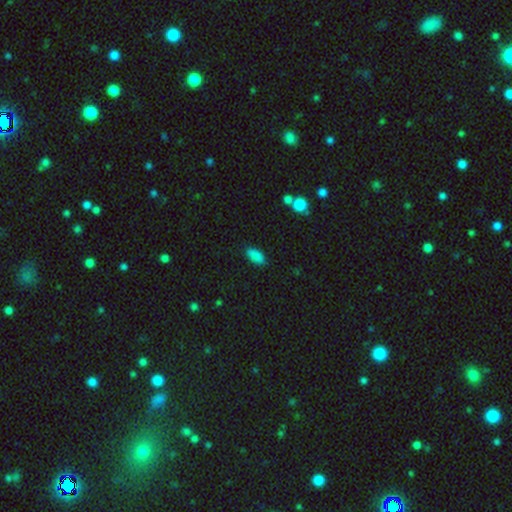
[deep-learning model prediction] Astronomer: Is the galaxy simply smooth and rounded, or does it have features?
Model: smooth — 85%.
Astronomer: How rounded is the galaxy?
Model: in between — 88%.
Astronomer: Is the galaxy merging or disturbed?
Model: none — 84%.